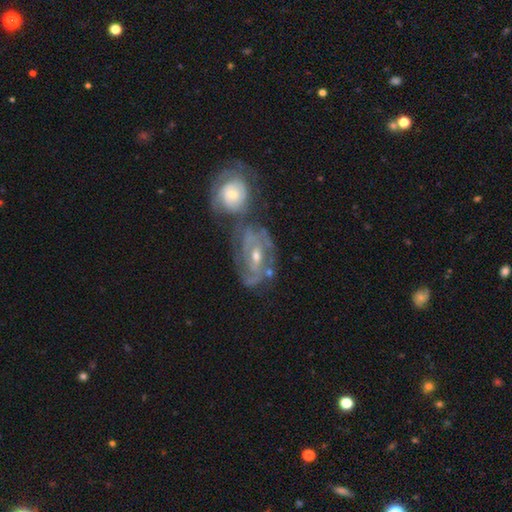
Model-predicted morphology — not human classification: Overall: featured or disk (83%). Edge-on disk: no (95%). Bar: weak (42%; no 34%). Spiral arms: yes (88%). Spiral arm count: 2 (36%; can't tell 34%). Spiral winding: tight (54%; medium 36%). Bulge size: moderate (52%; small 44%). Merging: merger (41%; none 37%).